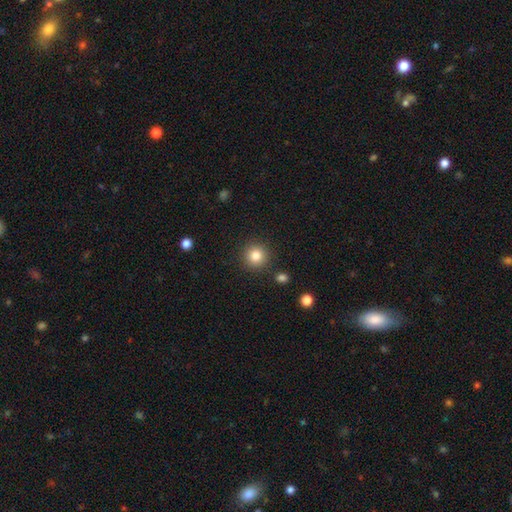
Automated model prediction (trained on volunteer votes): This appears to be a smooth galaxy with no disk features (82%) that is round (94%). Merging: none (90%).